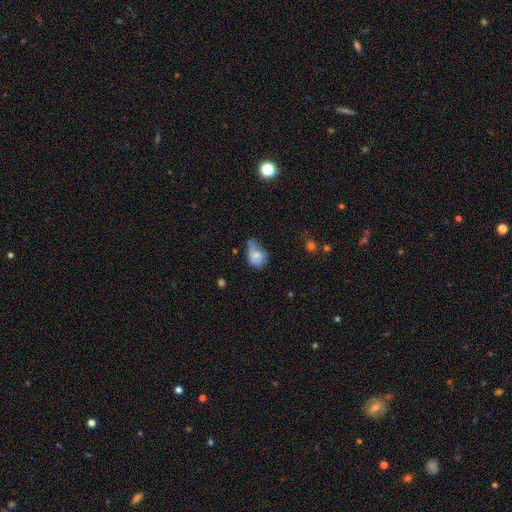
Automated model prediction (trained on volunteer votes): A smooth galaxy with no disk features (68%) that is in between round and cigar-shaped (66%). Merging: minor disturbance (39%).